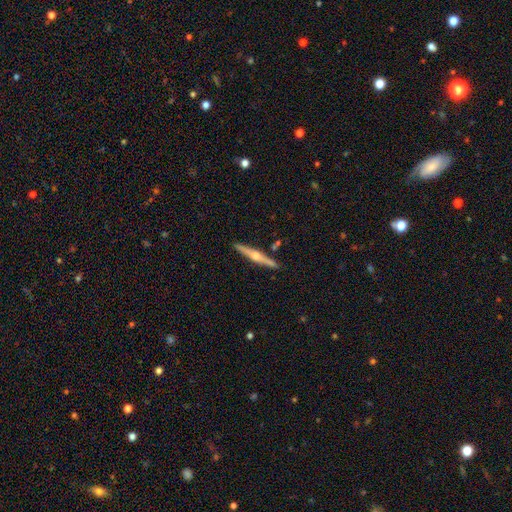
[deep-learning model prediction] This appears to be a featured or disk galaxy (77%) viewed edge-on (98%) with a rounded central bulge (93%). Merging: none (90%).